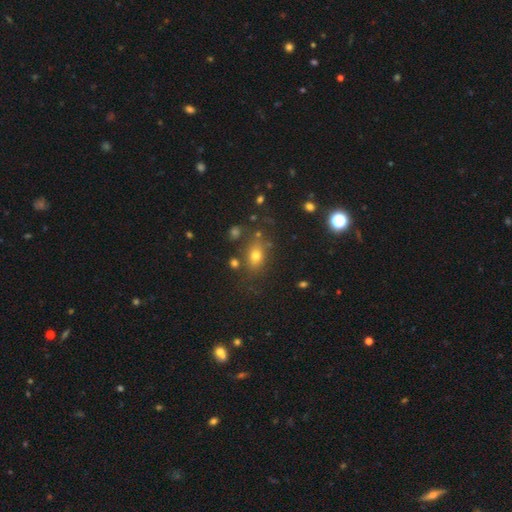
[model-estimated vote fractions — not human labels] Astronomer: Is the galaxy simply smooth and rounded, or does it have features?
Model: smooth — 69%.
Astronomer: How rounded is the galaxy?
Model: in between — 61% (runner-up: round, 37%).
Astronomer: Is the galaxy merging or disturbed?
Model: none — 74%.